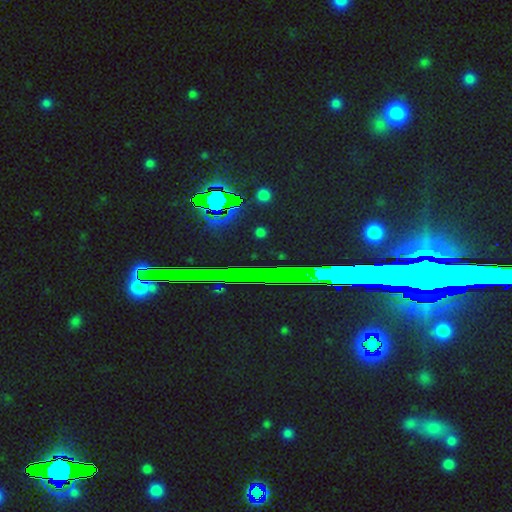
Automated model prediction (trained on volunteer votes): star or artifact 80%, featured or disk 11%, smooth 9%.